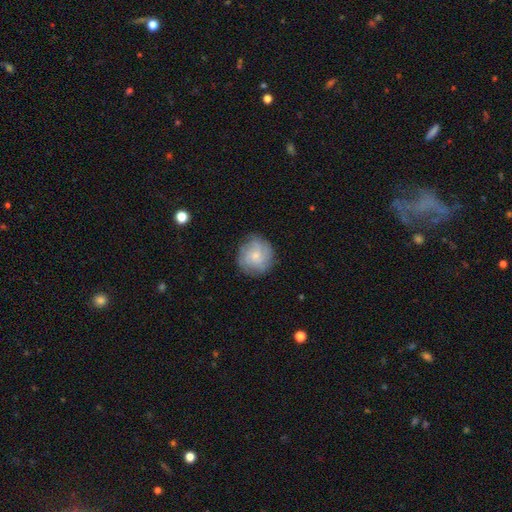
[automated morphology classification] The model was most divided on "smooth or featured": featured or disk: 56%, smooth: 36%, star or artifact: 8%. More confident: edge-on disk — no (98%); spiral arms — yes (90%); merging — none (81%); bar — no (75%); bulge size — small (60%).